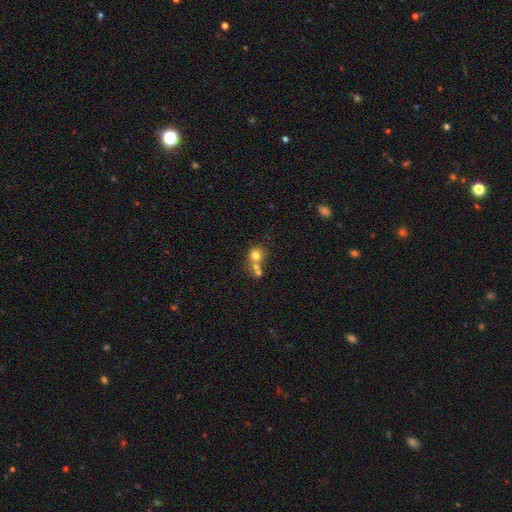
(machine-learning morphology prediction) Q: Smooth or featured?
A: smooth (72%); runner-up: featured or disk (15%)
Q: How rounded?
A: round (81%); runner-up: in between (18%)
Q: Merging?
A: merger (50%); runner-up: none (38%)